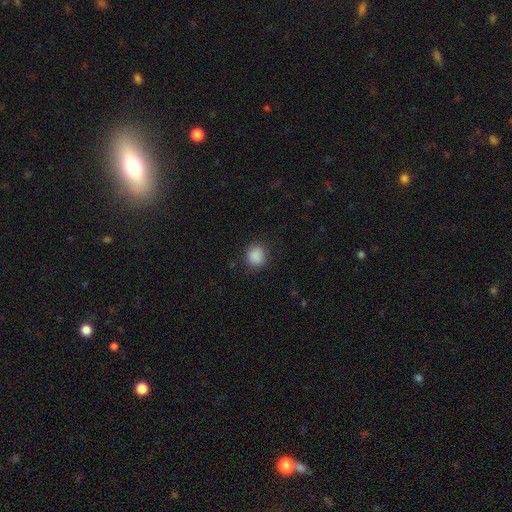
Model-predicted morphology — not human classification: The model was most divided on "how rounded": round: 77%, in between: 22%, cigar-shaped: 1%. More confident: smooth or featured — smooth (88%); merging — none (84%).